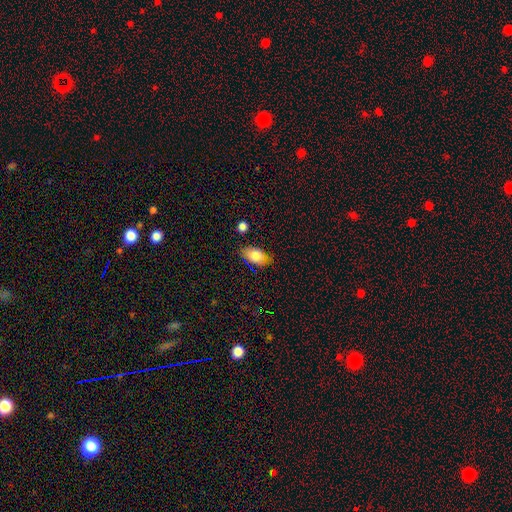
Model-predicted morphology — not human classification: smooth-or-featured: smooth: 78% | featured or disk: 14% | star or artifact: 8%
  how-rounded: in between: 88% | round: 9% | cigar-shaped: 3%
  merging: none: 77% | minor disturbance: 17% | major disturbance: 3% | merger: 2%